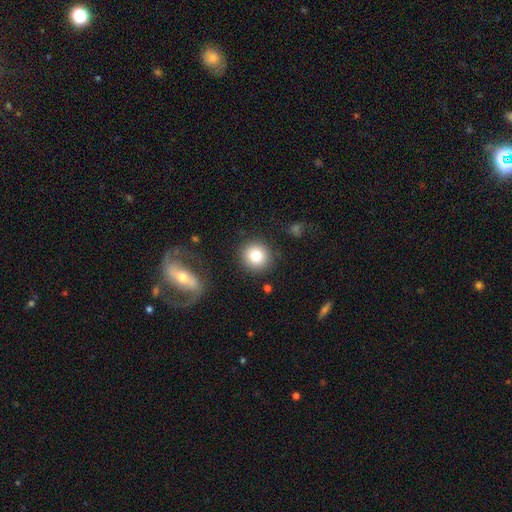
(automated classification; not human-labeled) Smooth or featured: smooth — 80% (star or artifact — 11%)
How rounded: round — 92% (in between — 7%)
Merging: none — 88% (minor disturbance — 8%)